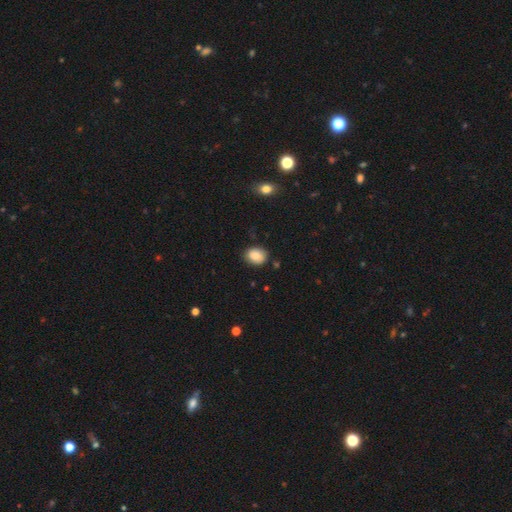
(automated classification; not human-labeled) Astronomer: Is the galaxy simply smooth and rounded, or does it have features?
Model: smooth — 85%.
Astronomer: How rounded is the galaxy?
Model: in between — 57% (runner-up: round, 42%).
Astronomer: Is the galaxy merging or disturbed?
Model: none — 82%.